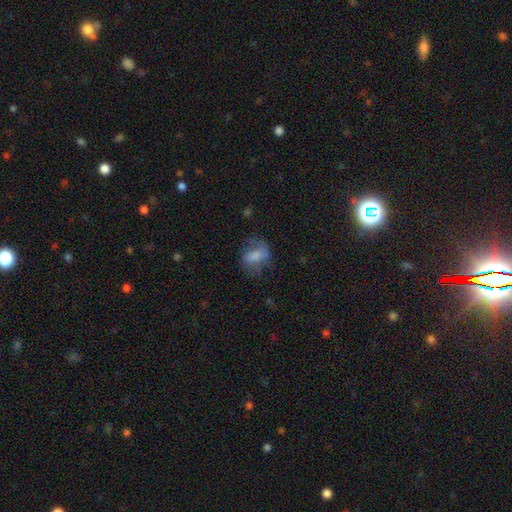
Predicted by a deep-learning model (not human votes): This is likely a smooth galaxy (62%). How rounded: likely in between (70%). Merging: possibly none (49%).